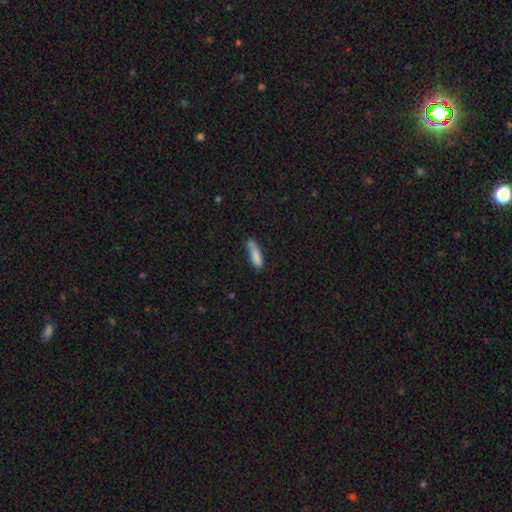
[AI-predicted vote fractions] This is clearly a smooth galaxy (82%). How rounded: possibly cigar-shaped (57%). Merging: possibly none (49%).